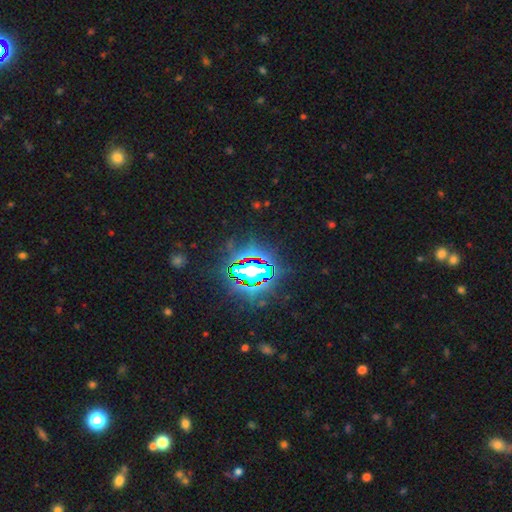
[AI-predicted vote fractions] This appears to be a star or artifact, not a galaxy (83%).